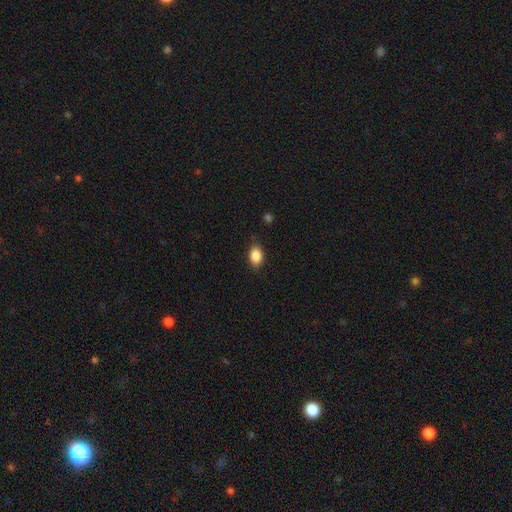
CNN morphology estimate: The model was most divided on "how rounded": in between: 81%, round: 18%, cigar-shaped: 1%. More confident: smooth or featured — smooth (88%); merging — none (84%).